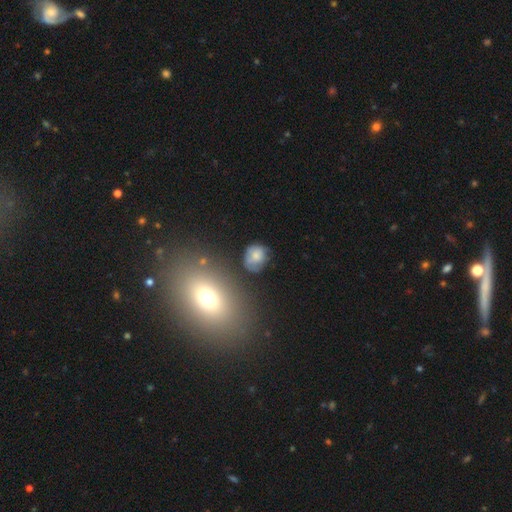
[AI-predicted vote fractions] smooth-or-featured: smooth: 66% | featured or disk: 23% | star or artifact: 11%
  how-rounded: round: 67% | in between: 32% | cigar-shaped: 1%
  merging: none: 58% | minor disturbance: 26% | major disturbance: 11% | merger: 6%